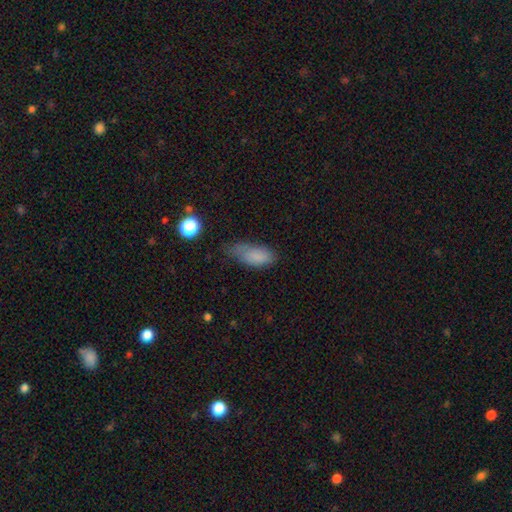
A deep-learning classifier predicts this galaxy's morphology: A smooth galaxy with no disk features (80%) that is in between round and cigar-shaped (82%).

Vote fractions:
- Smooth or featured? smooth: 80% / featured or disk: 10% / star or artifact: 10%
- How rounded? in between: 82% / cigar-shaped: 15% / round: 3%
- Merging? minor disturbance: 41% / none: 39% / major disturbance: 17% / merger: 3%